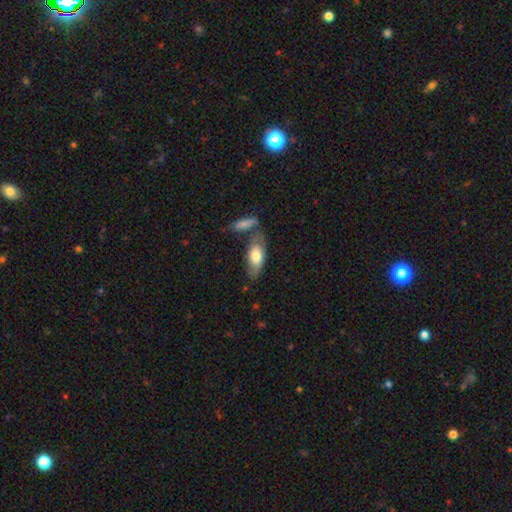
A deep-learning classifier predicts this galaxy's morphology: The model was most divided on "merging": none: 53%, merger: 22%, minor disturbance: 19%, major disturbance: 6%. More confident: how rounded — in between (83%); smooth or featured — smooth (65%).